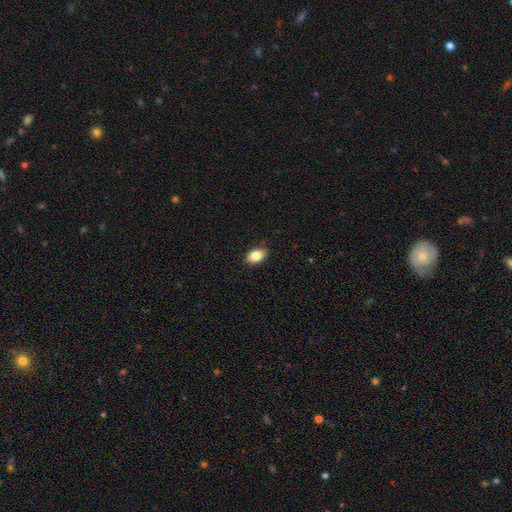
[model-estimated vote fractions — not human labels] This is clearly a smooth galaxy (85%). How rounded: clearly in between (90%). Merging: clearly none (85%).